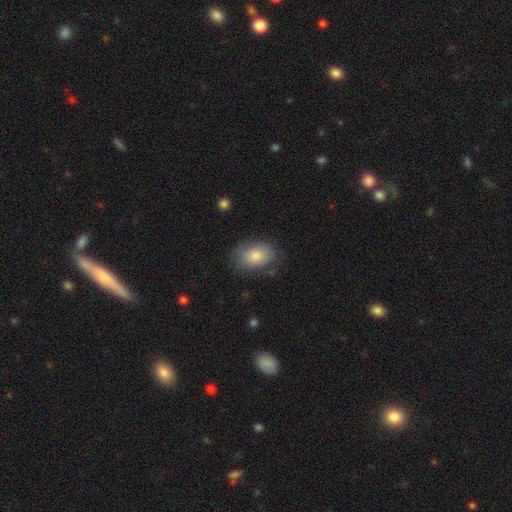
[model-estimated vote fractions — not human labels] This appears to be a smooth galaxy with no disk features (79%) that is in between round and cigar-shaped (80%). Merging: none (78%).